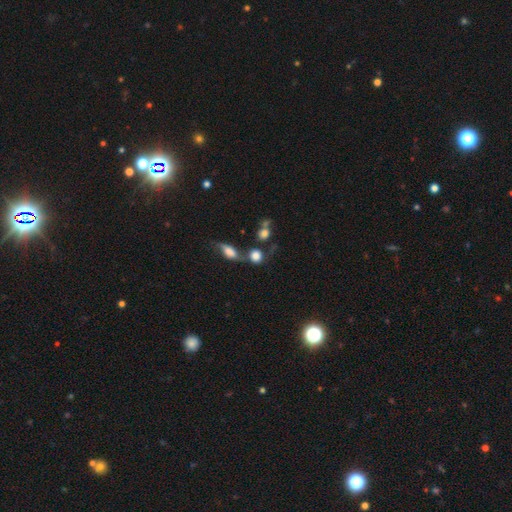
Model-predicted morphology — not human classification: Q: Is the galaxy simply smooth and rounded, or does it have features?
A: smooth — 72%.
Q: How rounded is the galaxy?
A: round — 71%.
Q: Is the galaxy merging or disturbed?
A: none — 42%.